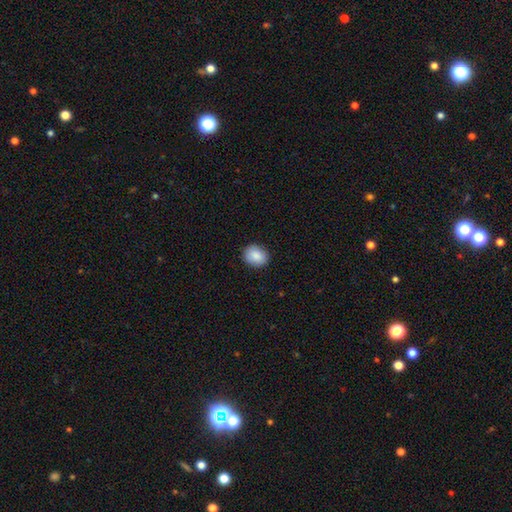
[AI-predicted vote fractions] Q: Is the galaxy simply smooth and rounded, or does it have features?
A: smooth — 88%.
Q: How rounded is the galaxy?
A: round — 50%.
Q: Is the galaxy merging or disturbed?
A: none — 88%.